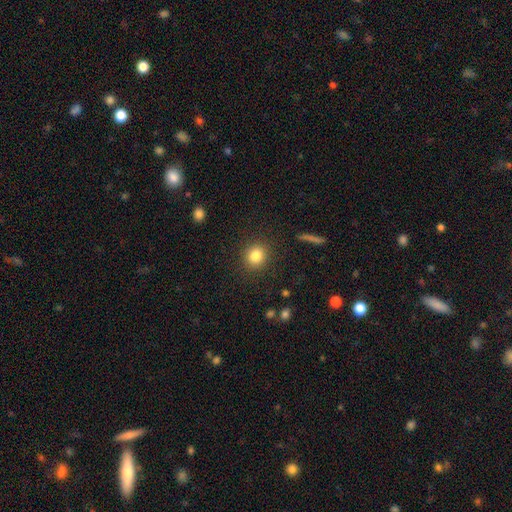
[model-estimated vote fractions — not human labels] This is clearly a smooth galaxy (83%). How rounded: clearly round (83%). Merging: clearly none (89%).